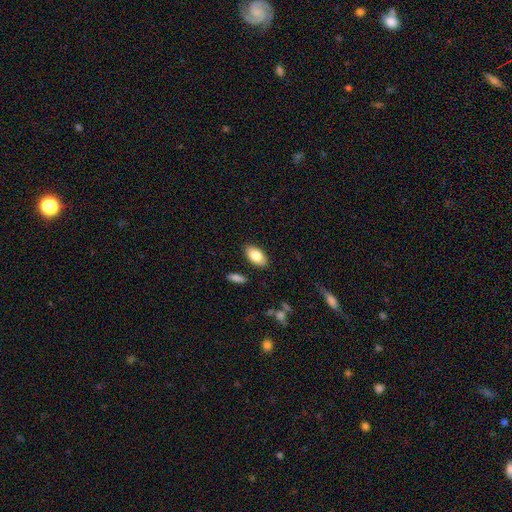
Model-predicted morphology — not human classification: A smooth galaxy with no disk features (83%) that is in between round and cigar-shaped (94%). Merging: none (87%).